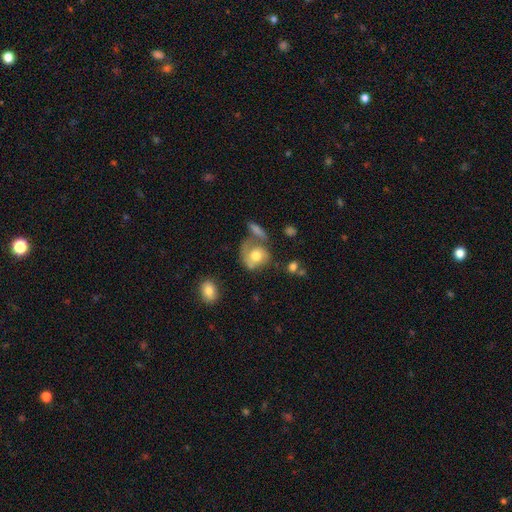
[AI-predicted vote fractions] This is possibly a smooth galaxy (60%). How rounded: likely round (66%). Merging: marginally none (36%).